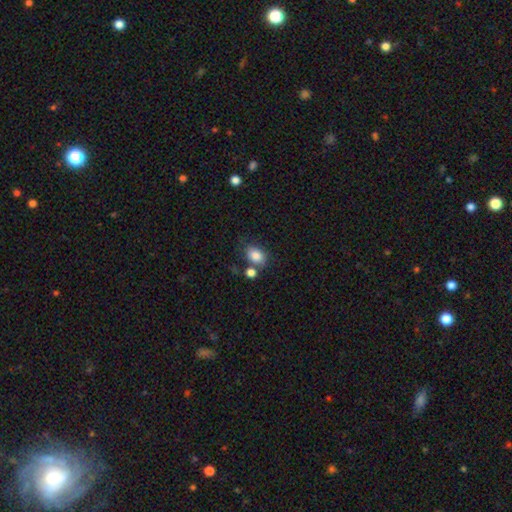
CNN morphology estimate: This is clearly a smooth galaxy (83%). How rounded: likely in between (73%). Merging: possibly none (59%).